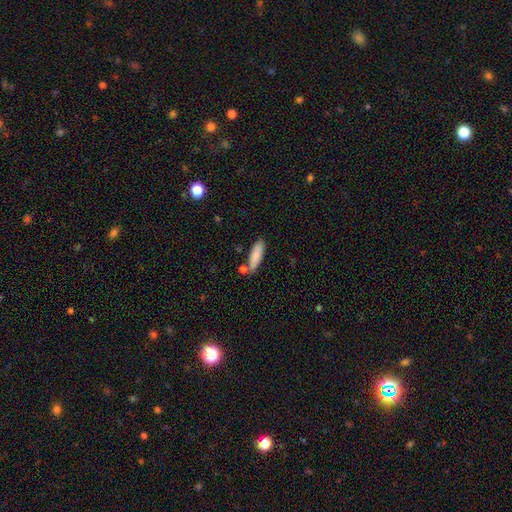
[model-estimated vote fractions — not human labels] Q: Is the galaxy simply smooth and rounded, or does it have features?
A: smooth — 85%.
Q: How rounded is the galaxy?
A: cigar-shaped — 61%.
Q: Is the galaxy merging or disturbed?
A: none — 75%.